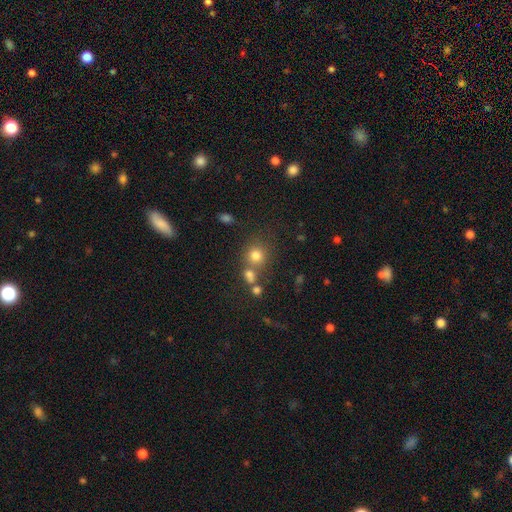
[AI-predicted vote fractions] smooth-or-featured: smooth: 76% | star or artifact: 15% | featured or disk: 9%
  how-rounded: round: 85% | in between: 14% | cigar-shaped: 1%
  merging: none: 60% | merger: 24% | minor disturbance: 11% | major disturbance: 6%